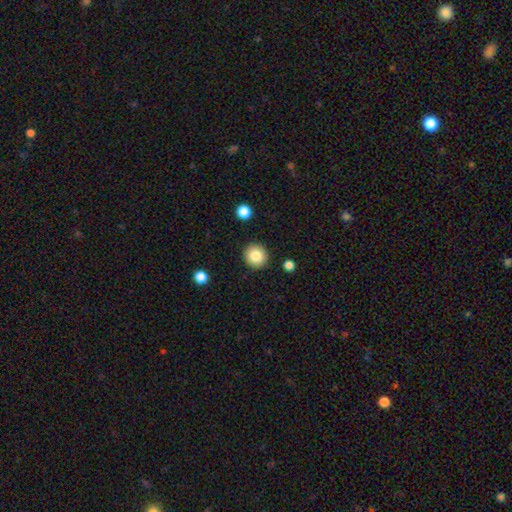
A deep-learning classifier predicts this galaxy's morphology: smooth_or_featured: smooth (p=0.84) [alt: star or artifact p=0.09]
how_rounded: round (p=0.92) [alt: in between p=0.07]
merging: none (p=0.91) [alt: minor disturbance p=0.05]